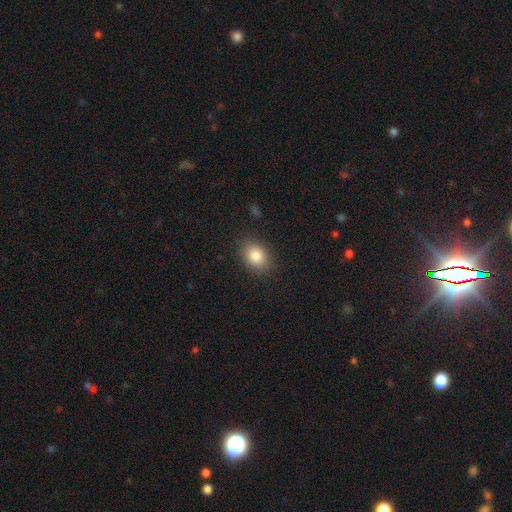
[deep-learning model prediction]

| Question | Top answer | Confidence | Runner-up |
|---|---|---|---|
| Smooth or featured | smooth | 84% | star or artifact (9%) |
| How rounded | in between | 67% | round (32%) |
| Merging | none | 86% | minor disturbance (10%) |